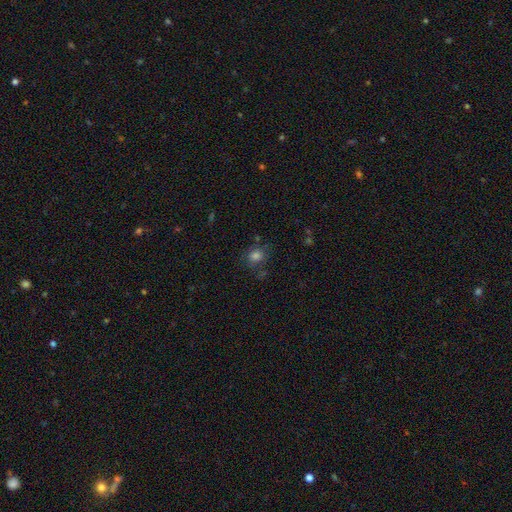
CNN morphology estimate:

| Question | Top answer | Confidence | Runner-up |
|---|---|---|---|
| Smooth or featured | smooth | 74% | star or artifact (18%) |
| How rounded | round | 72% | in between (26%) |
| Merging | none | 73% | minor disturbance (16%) |